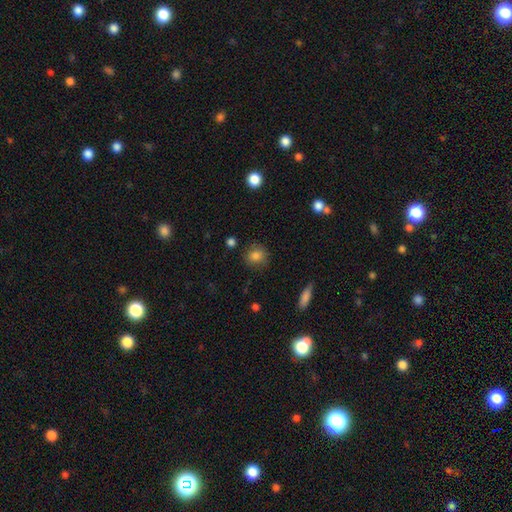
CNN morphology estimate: Smooth or featured? smooth (83%)
How rounded? round (81%)
Merging? none (82%)